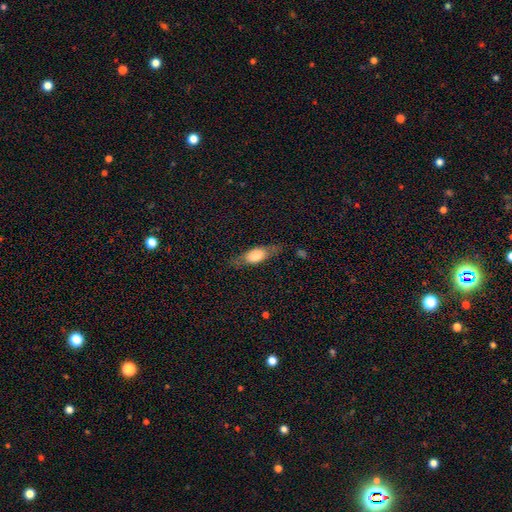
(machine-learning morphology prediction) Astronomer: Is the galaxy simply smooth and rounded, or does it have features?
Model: smooth — 61%.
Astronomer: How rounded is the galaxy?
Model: in between — 62%.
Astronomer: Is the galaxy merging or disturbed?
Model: none — 72%.